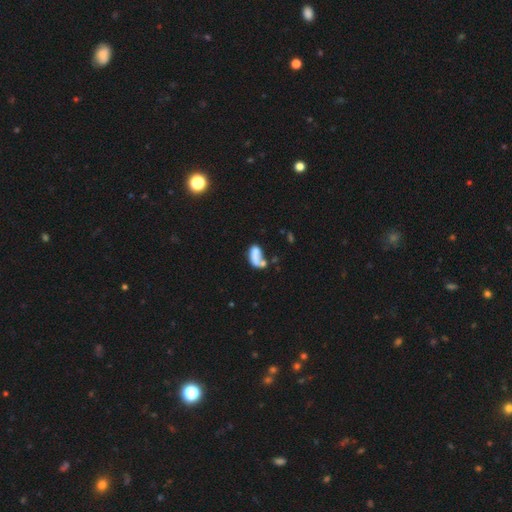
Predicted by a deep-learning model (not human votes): A smooth galaxy with no disk features (58%) that is in between round and cigar-shaped (87%).

Vote fractions:
- Smooth or featured? smooth: 58% / featured or disk: 31% / star or artifact: 11%
- How rounded? in between: 87% / round: 8% / cigar-shaped: 5%
- Merging? merger: 39% / none: 24% / major disturbance: 22% / minor disturbance: 15%